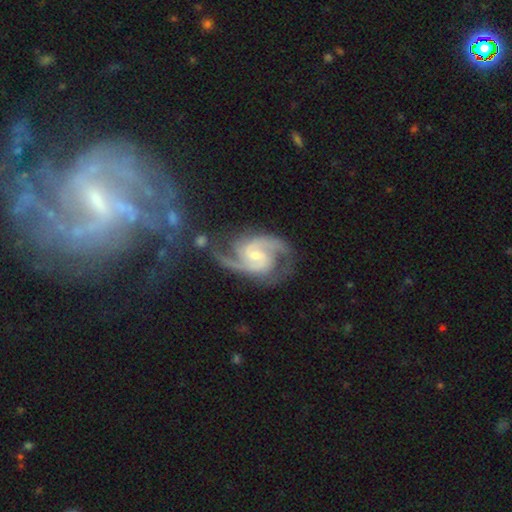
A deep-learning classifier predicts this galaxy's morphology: featured or disk 92%, star or artifact 4%, smooth 4%. Down the decision tree: edge-on disk — no (98%); bar — weak (46%); spiral arms — yes (98%); spiral arm count — 2 (74%); spiral winding — medium (58%); bulge size — small (61%); merging — none (61%).